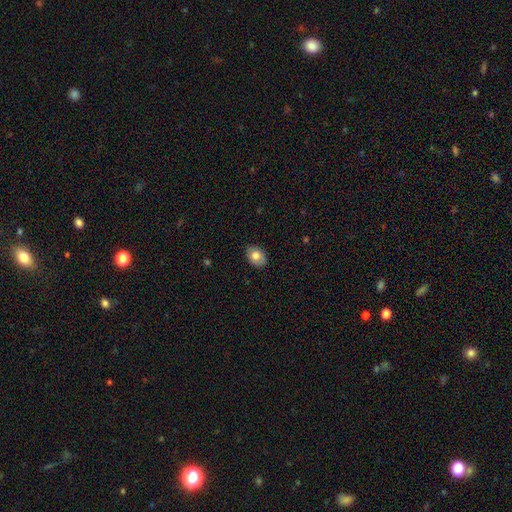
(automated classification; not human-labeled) Overall: smooth (78%). How rounded: in between (73%). Merging: none (86%).